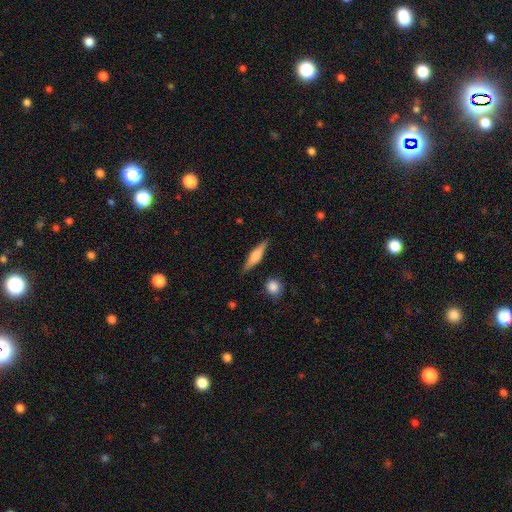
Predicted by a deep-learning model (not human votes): Smooth or featured? smooth (51%)
How rounded? cigar-shaped (76%)
Merging? none (86%)